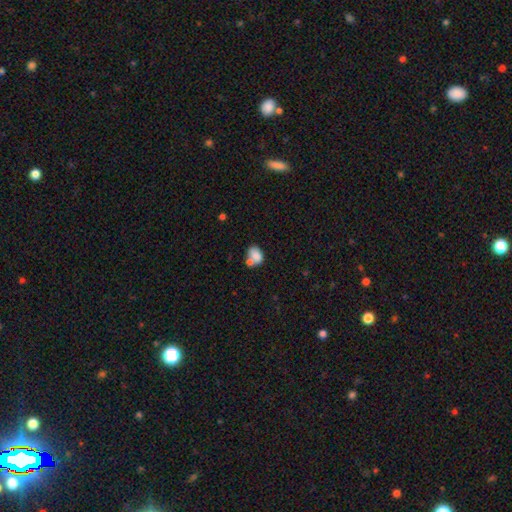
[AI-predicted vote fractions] Q: Smooth or featured?
A: smooth (79%); runner-up: featured or disk (12%)
Q: How rounded?
A: in between (75%); runner-up: round (23%)
Q: Merging?
A: merger (42%); runner-up: none (38%)